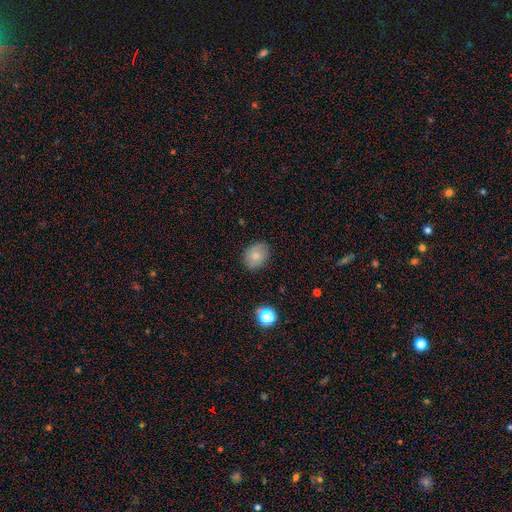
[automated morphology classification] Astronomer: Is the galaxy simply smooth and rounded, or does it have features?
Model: smooth — 74%.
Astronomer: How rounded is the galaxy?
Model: in between — 60% (runner-up: round, 39%).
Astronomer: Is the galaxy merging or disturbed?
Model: none — 82%.